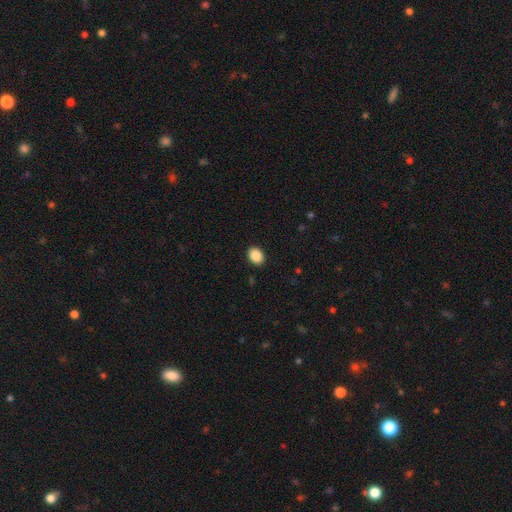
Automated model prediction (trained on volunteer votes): smooth-or-featured: smooth: 88% | star or artifact: 8% | featured or disk: 3%
  how-rounded: in between: 61% | round: 38% | cigar-shaped: 1%
  merging: none: 91% | minor disturbance: 6% | major disturbance: 2% | merger: 1%